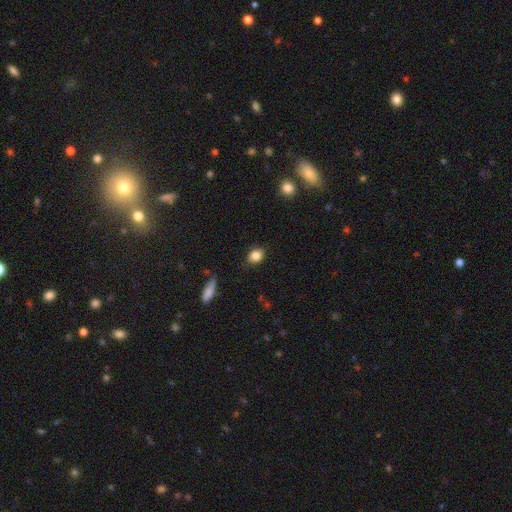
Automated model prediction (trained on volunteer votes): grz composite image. It shows a smooth galaxy with no disk features (85%) that is in between round and cigar-shaped (50%). Merging: none (80%).